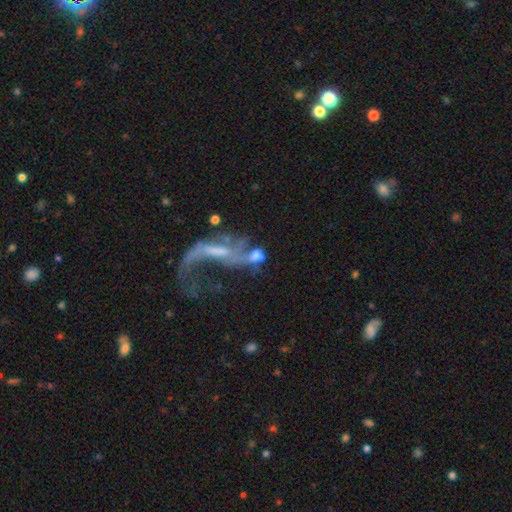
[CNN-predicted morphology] Smooth or featured: smooth — 45% (featured or disk — 41%)
Merging: merger — 45% (major disturbance — 30%)